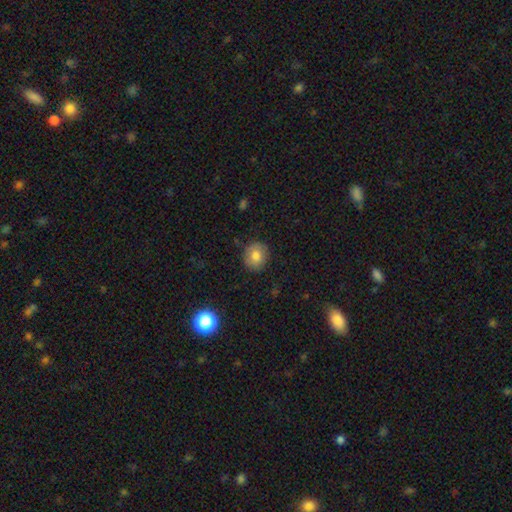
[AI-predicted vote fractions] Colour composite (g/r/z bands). It shows a smooth galaxy with no disk features (79%) that is round (76%). Merging: none (84%).